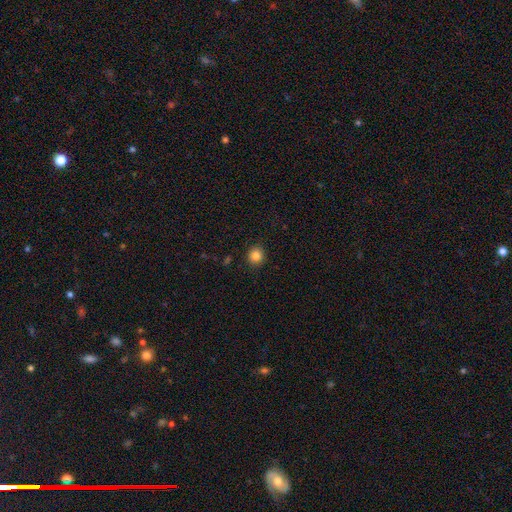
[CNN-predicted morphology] smooth_or_featured: smooth (p=0.84) [alt: star or artifact p=0.11]
how_rounded: round (p=0.88) [alt: in between p=0.11]
merging: none (p=0.90) [alt: minor disturbance p=0.07]